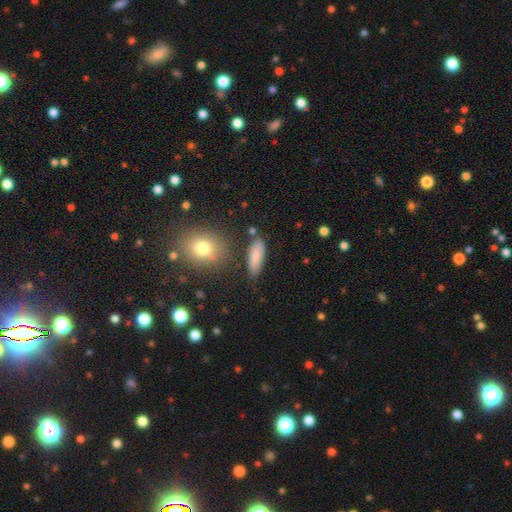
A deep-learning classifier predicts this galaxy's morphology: Overall: smooth (82%). How rounded: in between (67%; cigar-shaped 29%). Merging: none (74%).